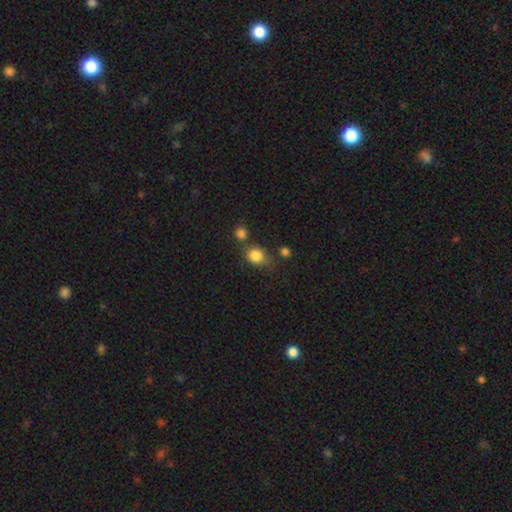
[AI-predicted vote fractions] Smooth or featured? Predicted: smooth (p=0.83). How rounded? Predicted: round (p=0.60). Merging? Predicted: none (p=0.58).